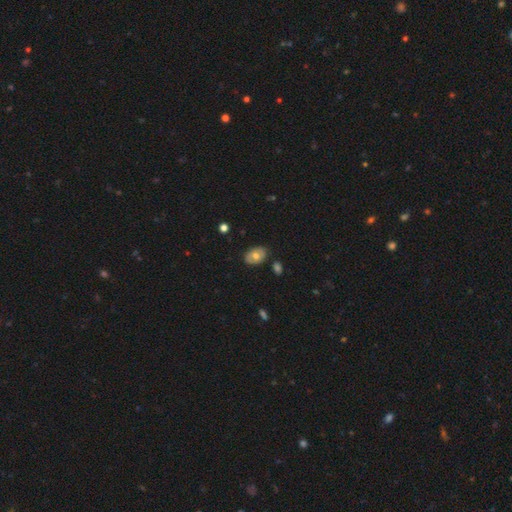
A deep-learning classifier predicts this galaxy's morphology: smooth_or_featured: smooth (p=0.58) [alt: featured or disk p=0.33]
how_rounded: in between (p=0.82) [alt: round p=0.17]
merging: none (p=0.79) [alt: minor disturbance p=0.15]